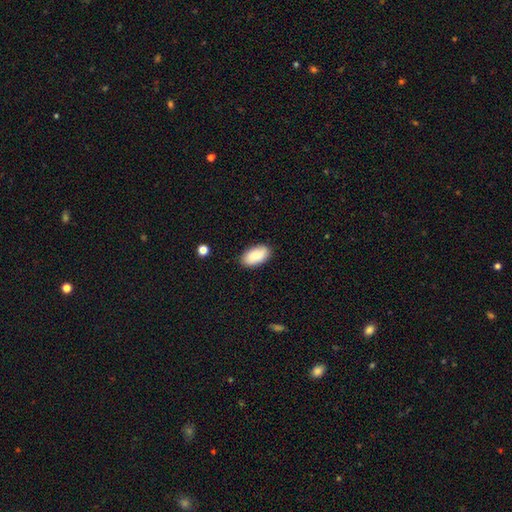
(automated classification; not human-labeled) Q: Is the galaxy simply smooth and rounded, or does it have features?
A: smooth — 88%.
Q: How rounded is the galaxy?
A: in between — 95%.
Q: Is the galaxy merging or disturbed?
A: none — 87%.